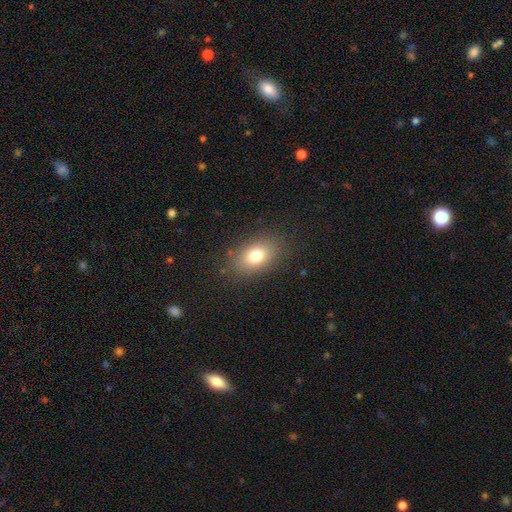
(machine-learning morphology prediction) smooth 77%, featured or disk 12%, star or artifact 11%. Down the decision tree: how rounded — in between (81%); merging — none (84%).